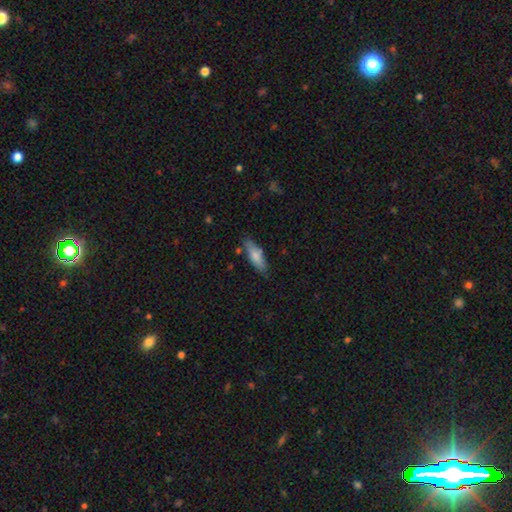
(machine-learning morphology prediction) This is likely a smooth galaxy (78%). How rounded: possibly in between (51%). Merging: likely none (76%).